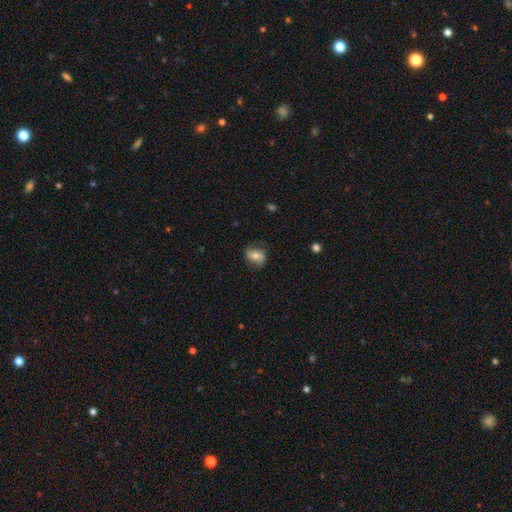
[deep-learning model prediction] Overall: smooth (61%; featured or disk 31%). How rounded: in between (71%). Merging: none (72%).